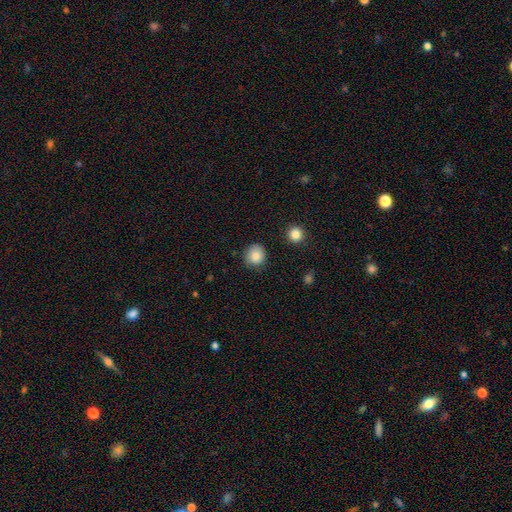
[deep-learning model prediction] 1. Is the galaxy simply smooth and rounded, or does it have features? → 86% smooth, 9% star or artifact, 5% featured or disk.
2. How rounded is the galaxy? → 88% round, 11% in between, 1% cigar-shaped.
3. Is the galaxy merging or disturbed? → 85% none, 11% minor disturbance, 3% major disturbance, 2% merger.